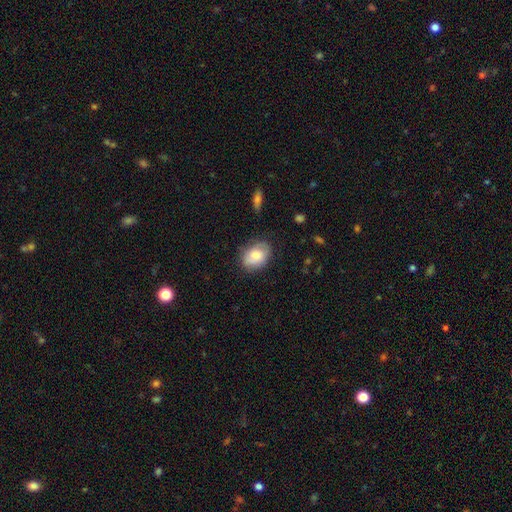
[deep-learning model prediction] smooth 72%, featured or disk 20%, star or artifact 7%. Down the decision tree: how rounded — in between (70%); merging — none (74%).